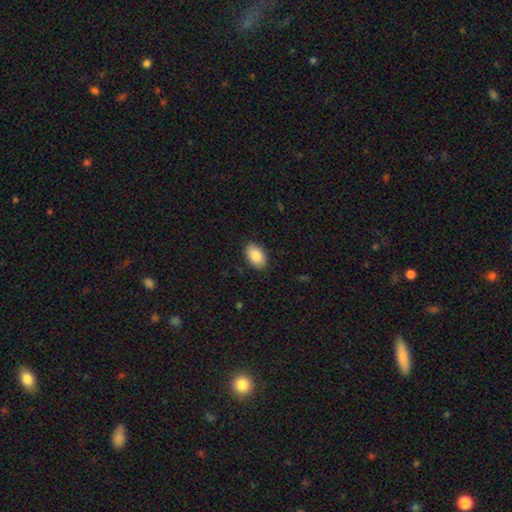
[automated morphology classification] Smooth or featured: smooth — 89% (star or artifact — 6%)
How rounded: in between — 93% (round — 6%)
Merging: none — 88% (minor disturbance — 9%)